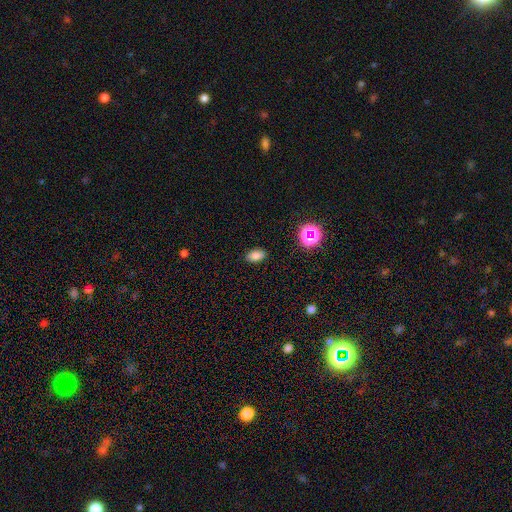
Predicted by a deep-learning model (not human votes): smooth 80%, star or artifact 14%, featured or disk 7%. Down the decision tree: how rounded — in between (89%); merging — none (88%).